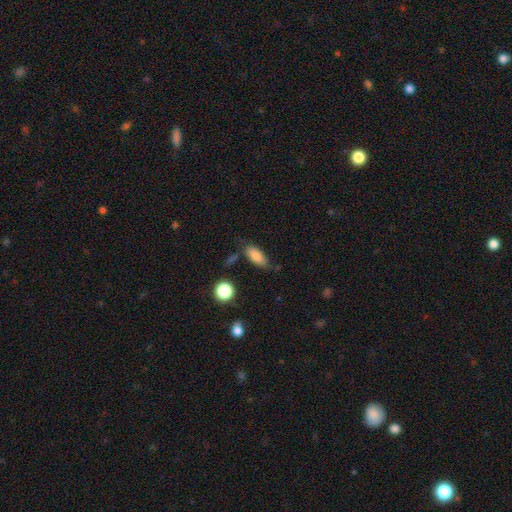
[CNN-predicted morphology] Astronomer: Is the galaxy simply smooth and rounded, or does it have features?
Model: smooth — 82%.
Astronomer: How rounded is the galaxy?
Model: in between — 81%.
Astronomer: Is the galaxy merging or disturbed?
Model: none — 73%.